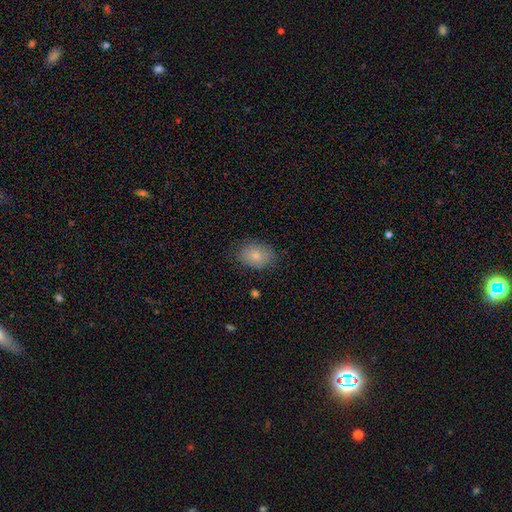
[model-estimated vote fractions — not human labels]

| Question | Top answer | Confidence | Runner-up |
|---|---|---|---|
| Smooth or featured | smooth | 78% | featured or disk (13%) |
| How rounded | in between | 68% | round (31%) |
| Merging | none | 79% | minor disturbance (16%) |